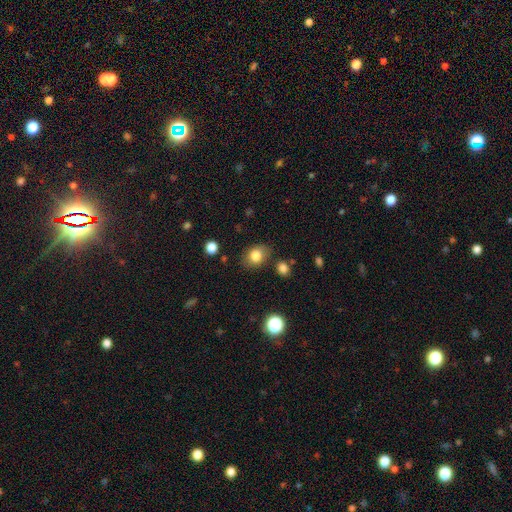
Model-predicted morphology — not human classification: Smooth or featured?
  - smooth: 81% *
  - star or artifact: 10%
  - featured or disk: 9%
How rounded?
  - in between: 58% *
  - round: 41%
  - cigar-shaped: 1%
Merging?
  - none: 78% *
  - minor disturbance: 14%
  - merger: 4%
  - major disturbance: 4%